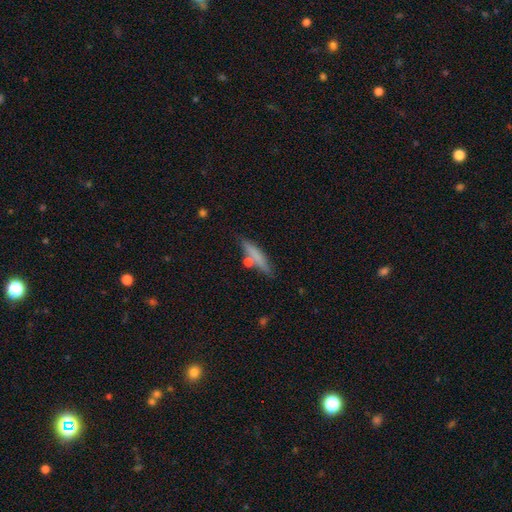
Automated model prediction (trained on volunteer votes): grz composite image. It shows a smooth galaxy with no disk features (69%) that is cigar-shaped (85%). Merging: none (72%).